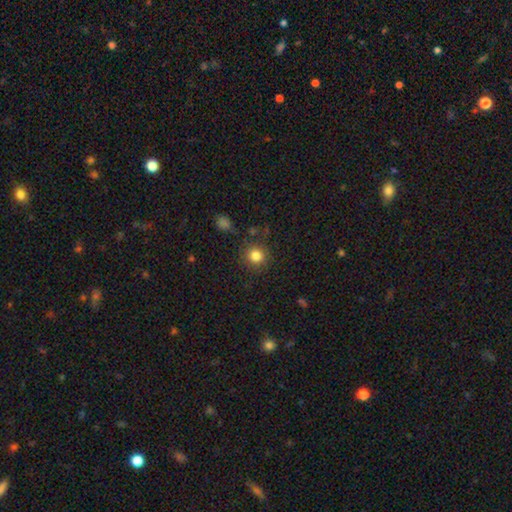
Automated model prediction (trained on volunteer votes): This appears to be a smooth galaxy with no disk features (83%) that is round (91%). Merging: none (84%).